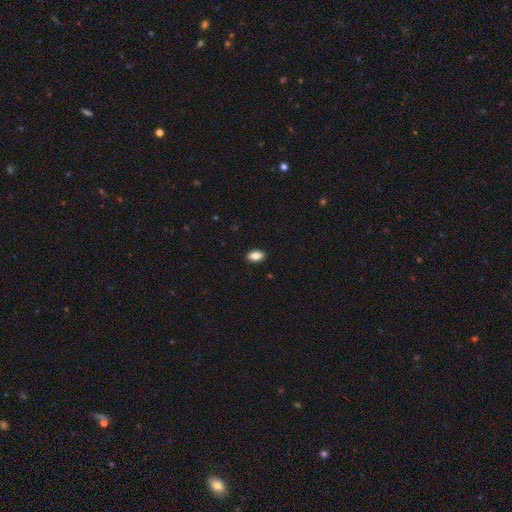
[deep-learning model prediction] smooth_or_featured: smooth (p=0.87) [alt: star or artifact p=0.08]
how_rounded: in between (p=0.91) [alt: round p=0.07]
merging: none (p=0.90) [alt: minor disturbance p=0.07]